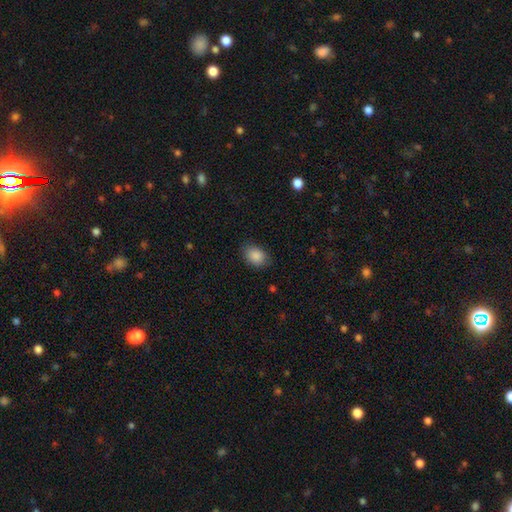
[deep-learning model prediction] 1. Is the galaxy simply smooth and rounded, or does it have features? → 88% smooth, 7% star or artifact, 5% featured or disk.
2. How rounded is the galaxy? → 77% in between, 22% round, 1% cigar-shaped.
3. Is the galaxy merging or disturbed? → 80% none, 16% minor disturbance, 4% major disturbance, 1% merger.